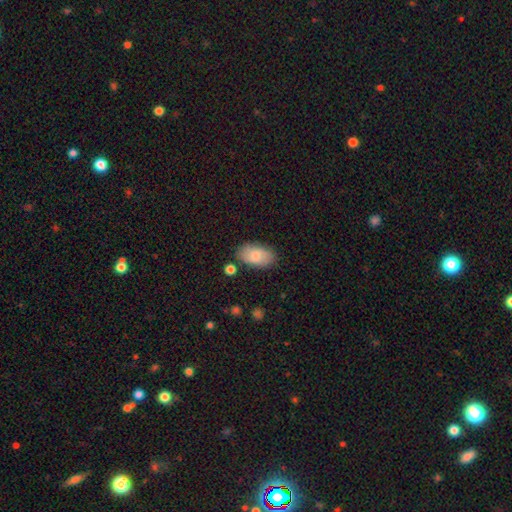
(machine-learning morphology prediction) Q: Smooth or featured?
A: smooth (81%); runner-up: featured or disk (13%)
Q: How rounded?
A: in between (94%); runner-up: round (5%)
Q: Merging?
A: none (80%); runner-up: minor disturbance (13%)